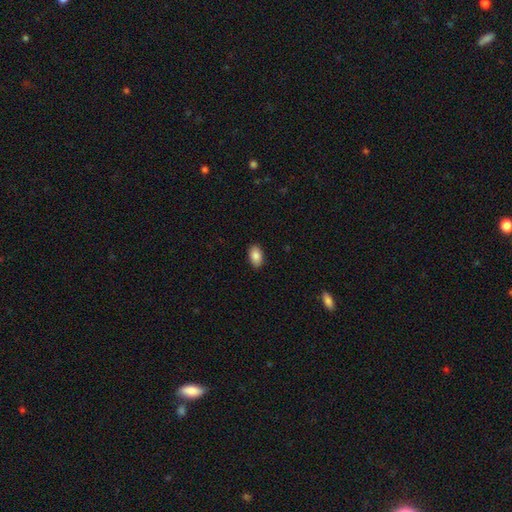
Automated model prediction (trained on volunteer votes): A smooth galaxy with no disk features (87%) that is in between round and cigar-shaped (92%). Merging: none (89%).